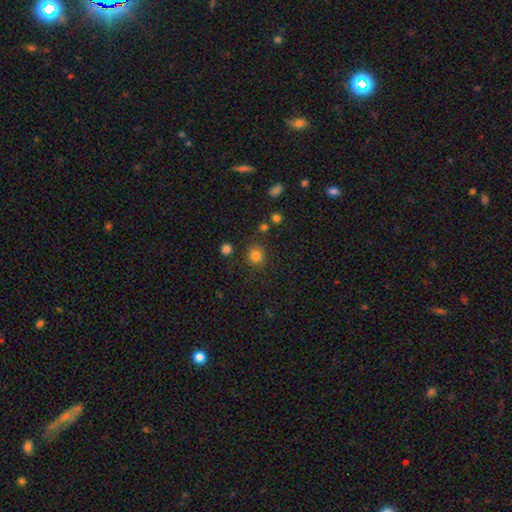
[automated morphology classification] smooth-or-featured: smooth: 81% | star or artifact: 13% | featured or disk: 6%
  how-rounded: round: 89% | in between: 10% | cigar-shaped: 1%
  merging: none: 84% | minor disturbance: 9% | merger: 3% | major disturbance: 3%